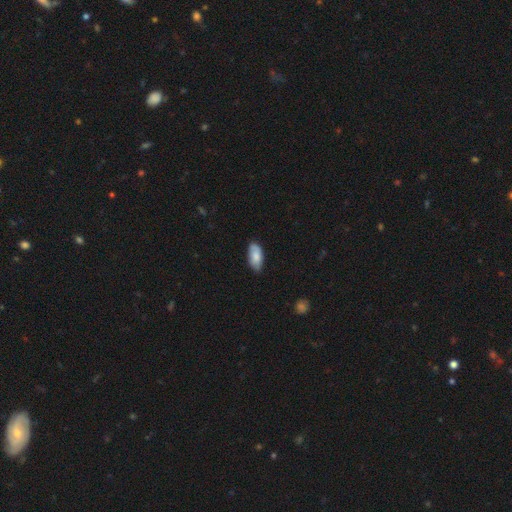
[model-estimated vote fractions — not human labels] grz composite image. It shows a smooth galaxy with no disk features (82%) that is in between round and cigar-shaped (91%). Merging: none (76%).